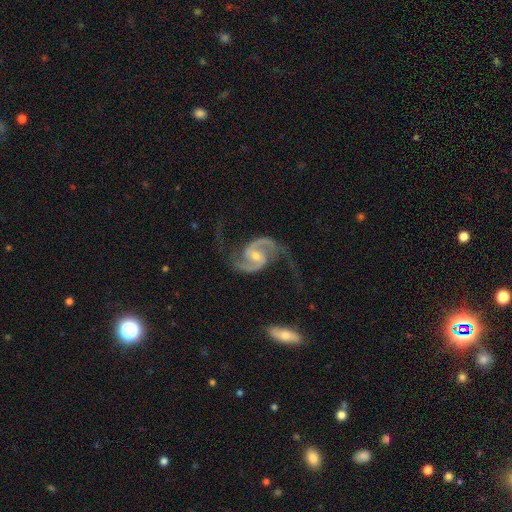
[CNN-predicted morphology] This appears to be a featured or disk galaxy (94%) with no bar (45%), 2 (94%) medium (58%) spiral arms (99%) and a moderate central bulge (49%). Merging: none (70%).